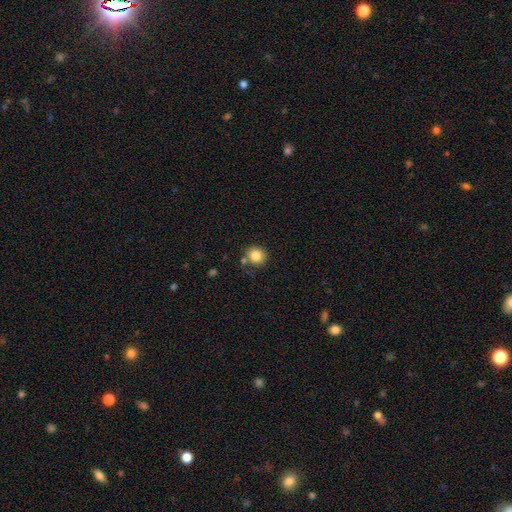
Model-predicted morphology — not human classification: This appears to be a smooth galaxy with no disk features (84%) that is round (86%). Merging: none (72%).